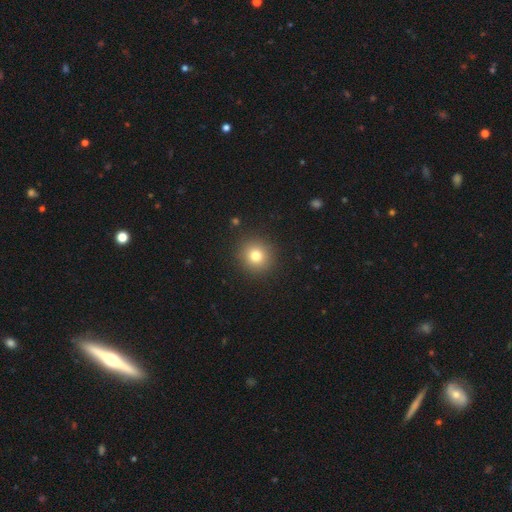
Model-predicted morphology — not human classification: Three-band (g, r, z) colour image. It shows a smooth galaxy with no disk features (79%) that is round (91%). Merging: none (91%).